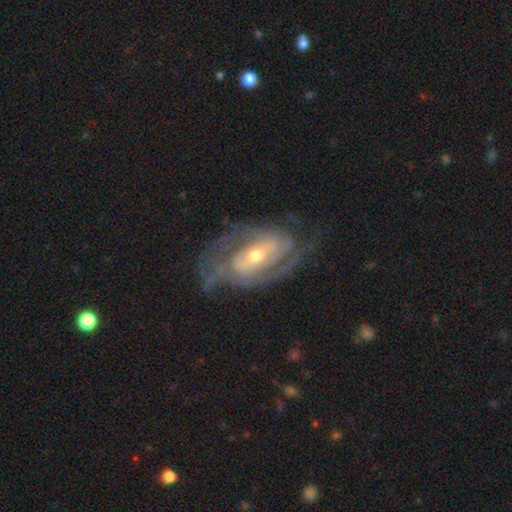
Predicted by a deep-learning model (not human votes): Smooth or featured? featured or disk (88%)
Edge-on disk? no (95%)
Bar? weak (39%)
Spiral arms? yes (94%)
Spiral winding? tight (50%)
Spiral arm count? 2 (50%)
Bulge size? moderate (50%)
Merging? none (67%)